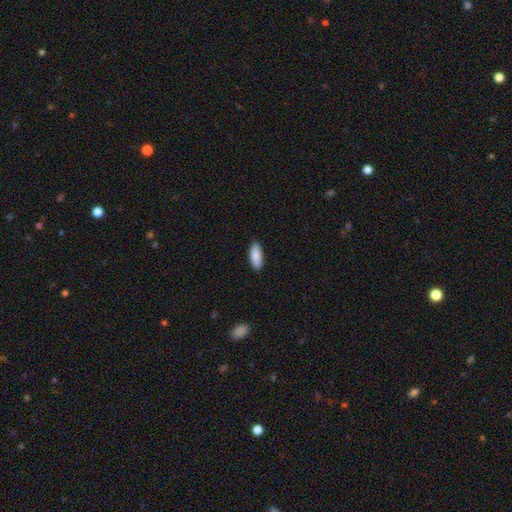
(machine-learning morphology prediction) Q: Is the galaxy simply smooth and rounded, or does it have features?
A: smooth — 88%.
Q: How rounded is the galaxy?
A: in between — 73%.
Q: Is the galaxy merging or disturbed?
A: none — 90%.